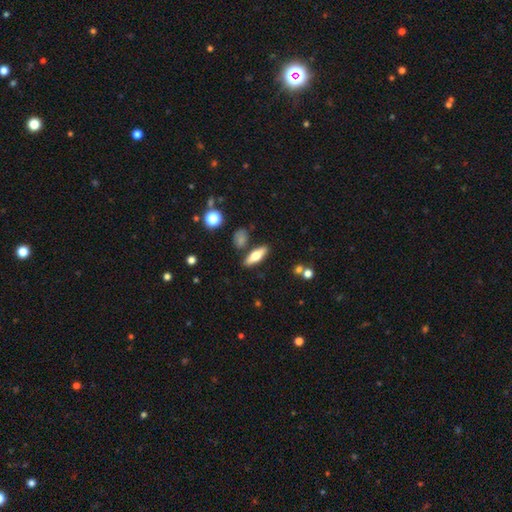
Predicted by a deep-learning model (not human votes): Q: Smooth or featured?
A: smooth (59%); runner-up: featured or disk (34%)
Q: How rounded?
A: in between (50%); runner-up: cigar-shaped (47%)
Q: Merging?
A: none (82%); runner-up: minor disturbance (10%)